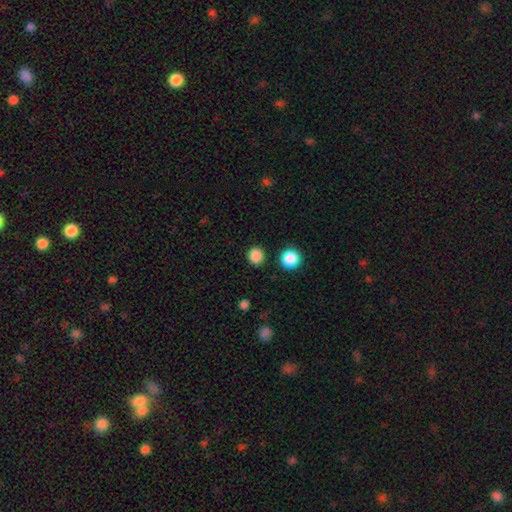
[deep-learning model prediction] A smooth galaxy with no disk features (85%) that is round (88%). Merging: none (88%).